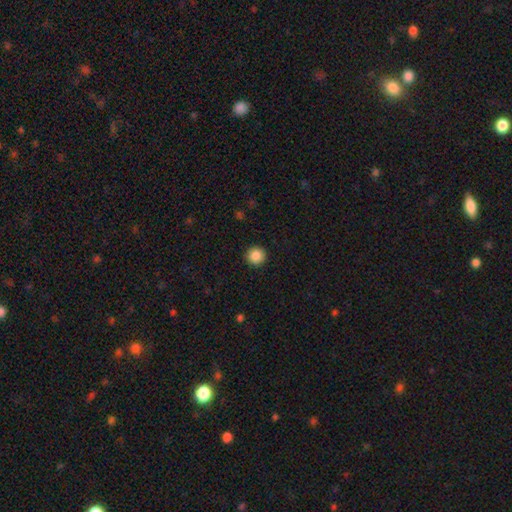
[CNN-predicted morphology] Smooth or featured? smooth (87%)
How rounded? round (95%)
Merging? none (93%)